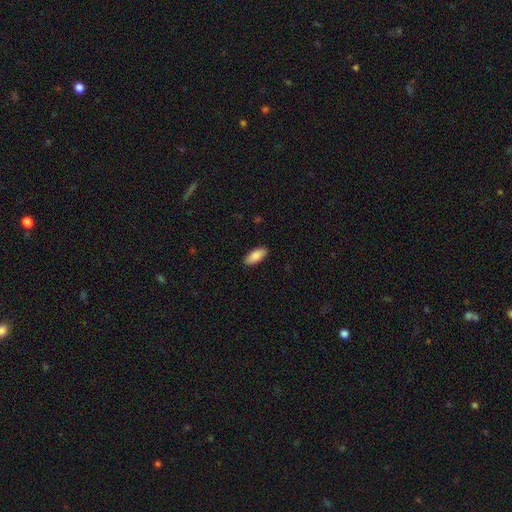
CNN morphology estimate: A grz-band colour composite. It shows a smooth galaxy with no disk features (88%) that is in between round and cigar-shaped (83%). Merging: none (89%).